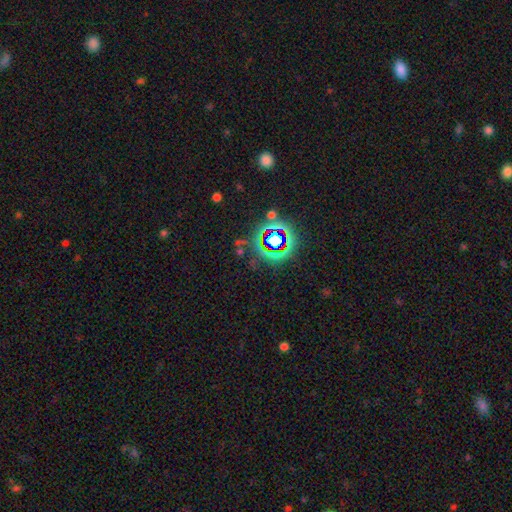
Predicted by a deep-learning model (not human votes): This is likely a star or artifact rather than a galaxy (75%).